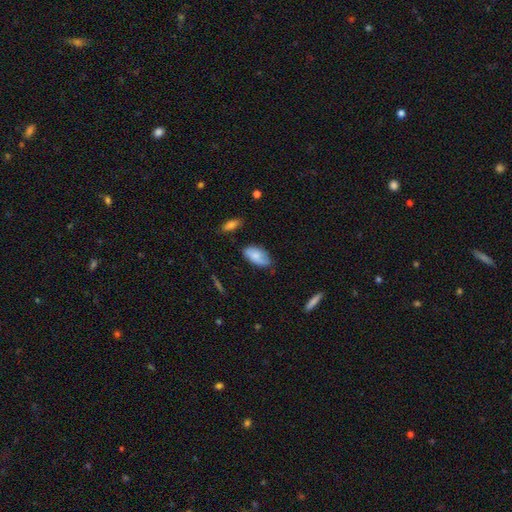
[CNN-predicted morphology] A smooth galaxy with no disk features (72%) that is in between round and cigar-shaped (93%). Merging: none (67%).